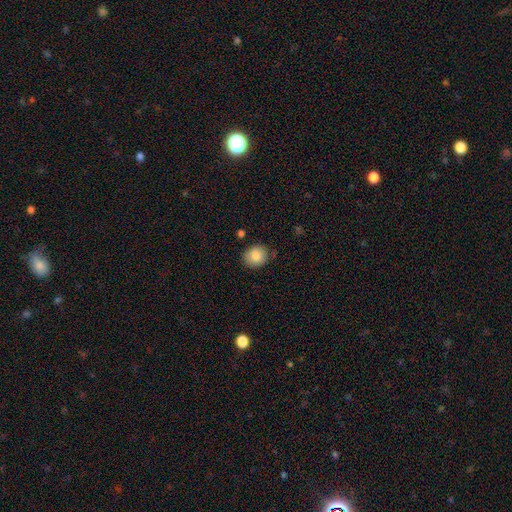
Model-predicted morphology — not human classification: The model was most divided on "how rounded": round: 66%, in between: 33%, cigar-shaped: 1%. More confident: smooth or featured — smooth (83%); merging — none (82%).